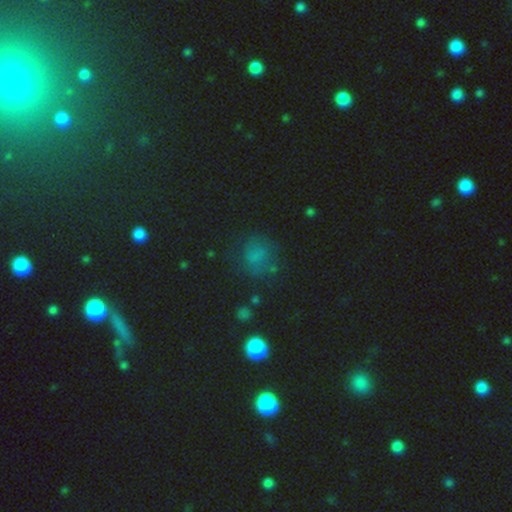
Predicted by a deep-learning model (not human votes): Smooth or featured?
  - smooth: 62% *
  - star or artifact: 27%
  - featured or disk: 12%
How rounded?
  - round: 75% *
  - in between: 24%
  - cigar-shaped: 1%
Merging?
  - none: 67% *
  - minor disturbance: 19%
  - major disturbance: 11%
  - merger: 3%